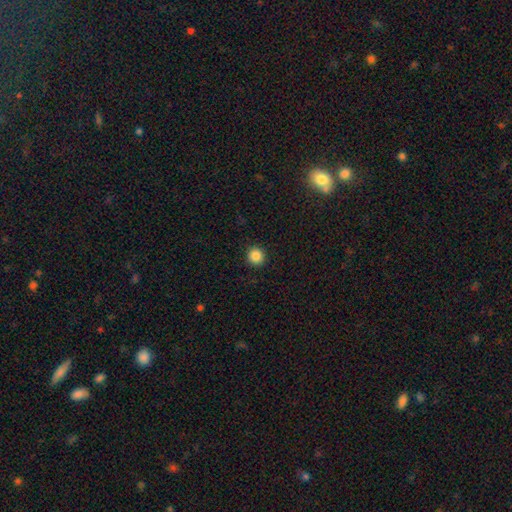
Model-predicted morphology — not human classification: smooth 86%, star or artifact 11%, featured or disk 3%. Down the decision tree: how rounded — round (93%); merging — none (93%).